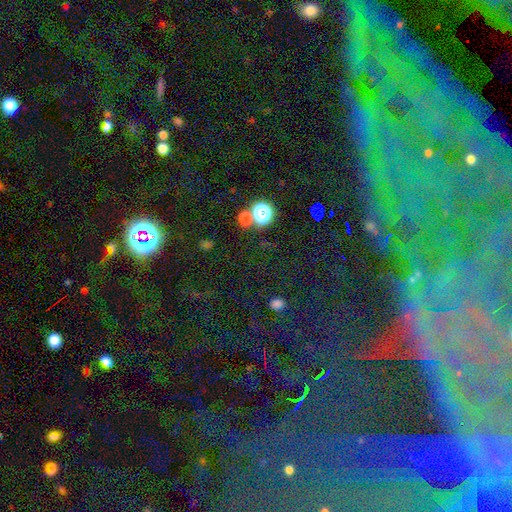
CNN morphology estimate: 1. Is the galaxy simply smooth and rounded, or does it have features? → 64% star or artifact, 25% smooth, 11% featured or disk.